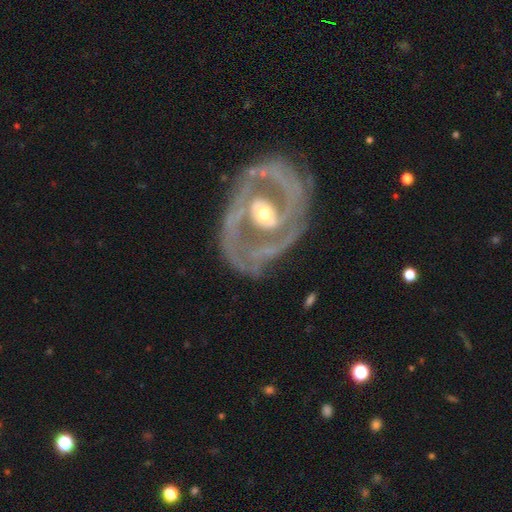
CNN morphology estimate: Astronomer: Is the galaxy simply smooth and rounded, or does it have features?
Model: featured or disk — 88%.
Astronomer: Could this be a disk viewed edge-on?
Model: no — 96%.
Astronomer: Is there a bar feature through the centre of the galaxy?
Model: no — 46% (runner-up: weak, 31%).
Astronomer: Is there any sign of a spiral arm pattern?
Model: yes — 85%.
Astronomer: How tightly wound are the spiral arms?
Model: tight — 50% (runner-up: medium, 39%).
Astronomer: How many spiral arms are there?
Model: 2 — 64%.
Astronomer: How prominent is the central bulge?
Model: moderate — 58% (runner-up: small, 35%).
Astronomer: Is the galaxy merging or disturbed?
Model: none — 70%.